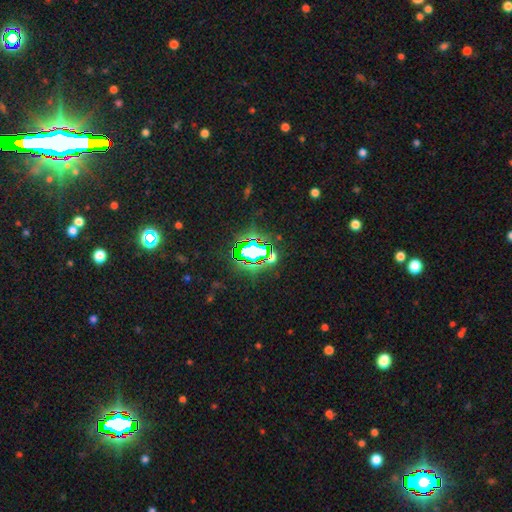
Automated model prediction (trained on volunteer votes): Overall: star or artifact (72%).